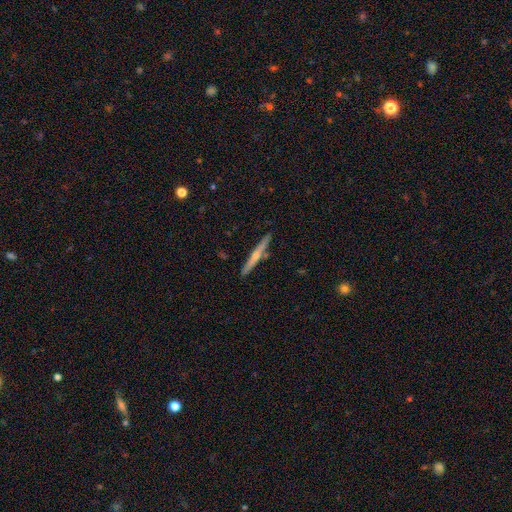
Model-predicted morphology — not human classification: featured or disk 67%, smooth 28%, star or artifact 6%. Down the decision tree: edge-on disk — yes (97%); edge-on bulge — rounded (81%); merging — none (88%).